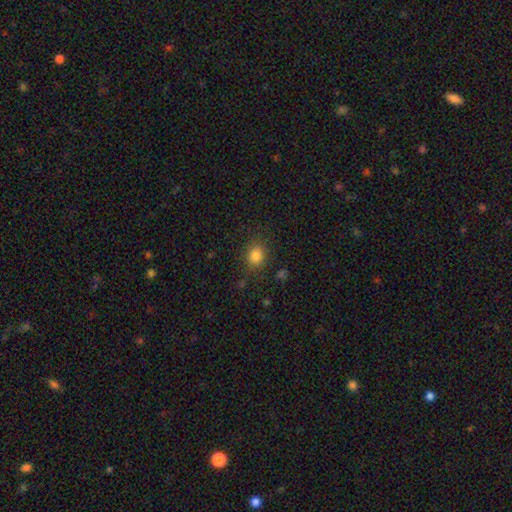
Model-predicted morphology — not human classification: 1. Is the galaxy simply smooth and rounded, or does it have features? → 82% smooth, 12% star or artifact, 6% featured or disk.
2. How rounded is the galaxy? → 70% round, 29% in between, 1% cigar-shaped.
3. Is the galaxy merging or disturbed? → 84% none, 11% minor disturbance, 4% major disturbance, 2% merger.